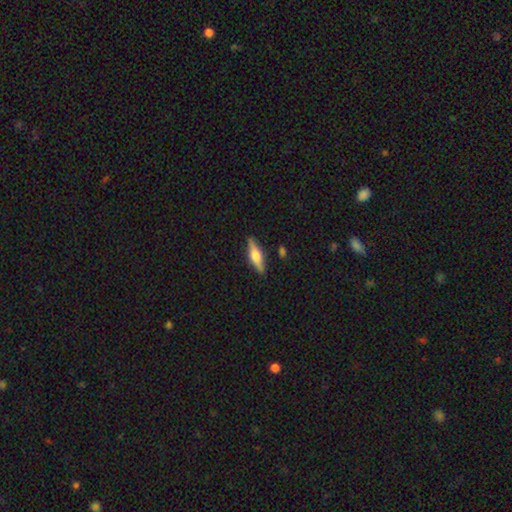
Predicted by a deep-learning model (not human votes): Smooth or featured? featured or disk (55%)
Edge-on disk? yes (95%)
Edge-on bulge? rounded (89%)
Merging? none (88%)